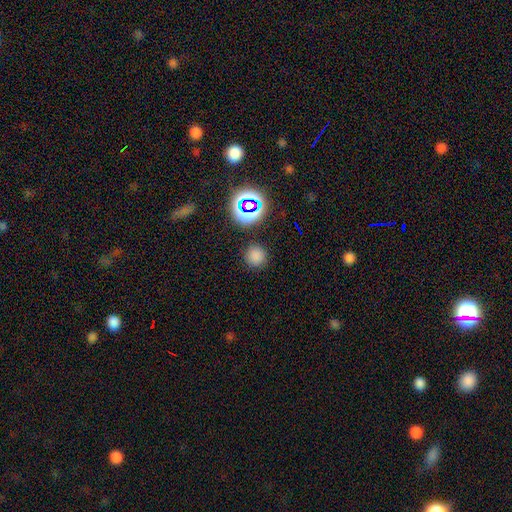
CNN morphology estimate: smooth-or-featured: smooth: 74% | star or artifact: 21% | featured or disk: 5%
  how-rounded: round: 92% | in between: 7% | cigar-shaped: 1%
  merging: none: 87% | minor disturbance: 7% | major disturbance: 3% | merger: 3%